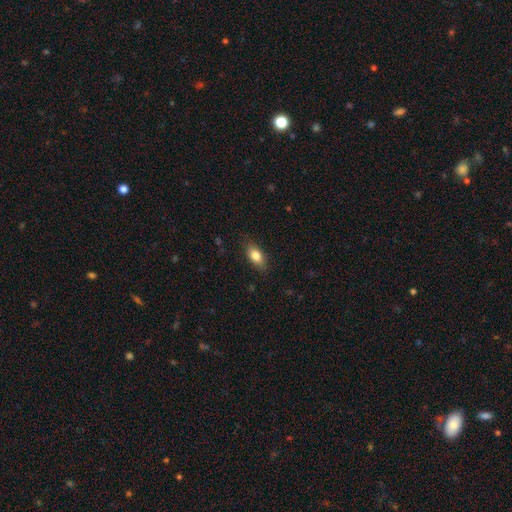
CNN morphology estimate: Smooth or featured? Predicted: smooth (p=0.81). How rounded? Predicted: in between (p=0.84). Merging? Predicted: none (p=0.83).